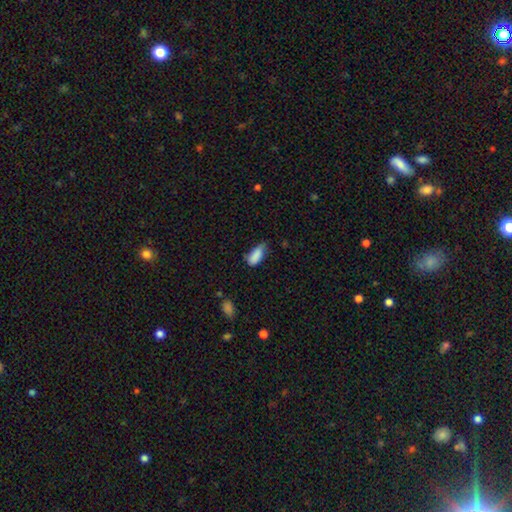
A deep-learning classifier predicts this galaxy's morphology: A smooth galaxy with no disk features (87%) that is in between round and cigar-shaped (86%). Merging: none (47%).